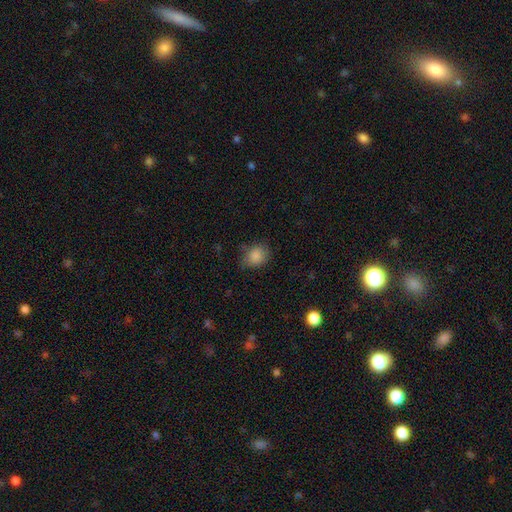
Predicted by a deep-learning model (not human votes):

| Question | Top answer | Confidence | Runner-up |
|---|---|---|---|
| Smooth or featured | smooth | 86% | star or artifact (9%) |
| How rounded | round | 53% | in between (46%) |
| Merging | none | 69% | minor disturbance (24%) |